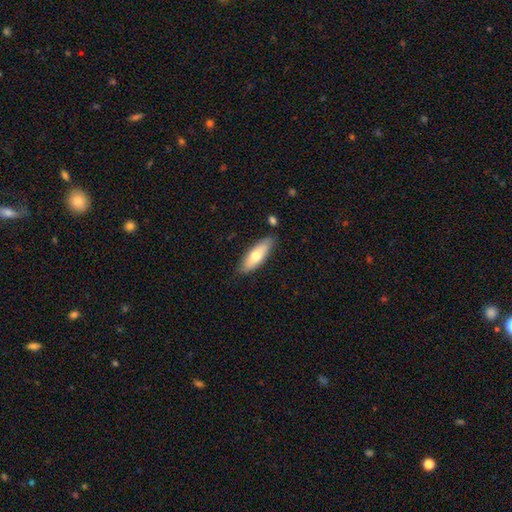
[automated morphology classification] Overall: smooth (65%; featured or disk 29%). How rounded: in between (63%; cigar-shaped 35%). Merging: none (80%).